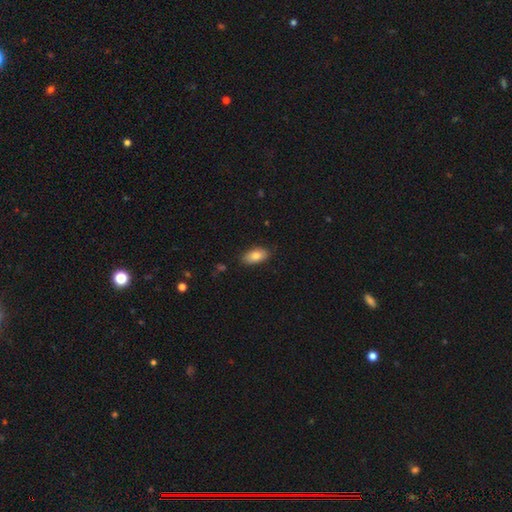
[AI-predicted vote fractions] The model was most divided on "smooth or featured": smooth: 82%, featured or disk: 11%, star or artifact: 7%. More confident: how rounded — in between (92%); merging — none (86%).